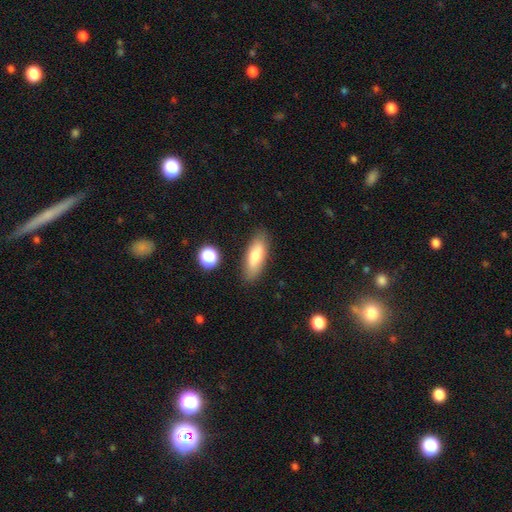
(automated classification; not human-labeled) The model was most divided on "how rounded": in between: 64%, cigar-shaped: 33%, round: 3%. More confident: merging — none (84%); smooth or featured — smooth (74%).